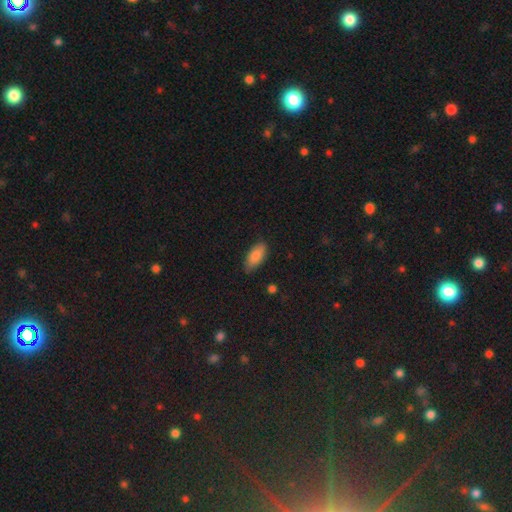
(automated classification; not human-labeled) Smooth or featured?
  - smooth: 86% *
  - featured or disk: 7%
  - star or artifact: 6%
How rounded?
  - in between: 87% *
  - cigar-shaped: 11%
  - round: 2%
Merging?
  - none: 80% *
  - minor disturbance: 16%
  - major disturbance: 3%
  - merger: 1%